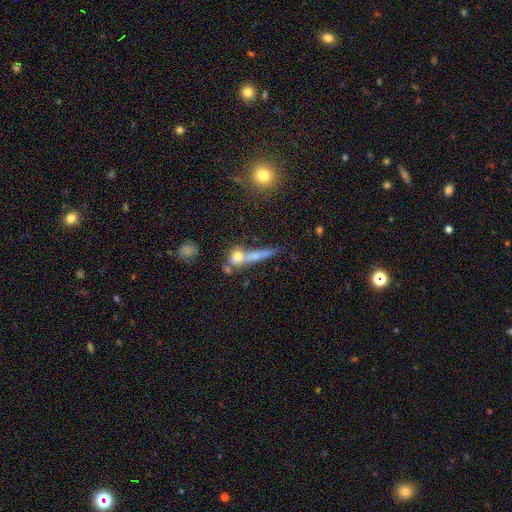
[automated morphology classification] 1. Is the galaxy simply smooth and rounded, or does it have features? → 56% smooth, 30% featured or disk, 14% star or artifact.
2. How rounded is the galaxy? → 65% cigar-shaped, 19% round, 16% in between.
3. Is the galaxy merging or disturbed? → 45% none, 33% merger, 12% minor disturbance, 9% major disturbance.